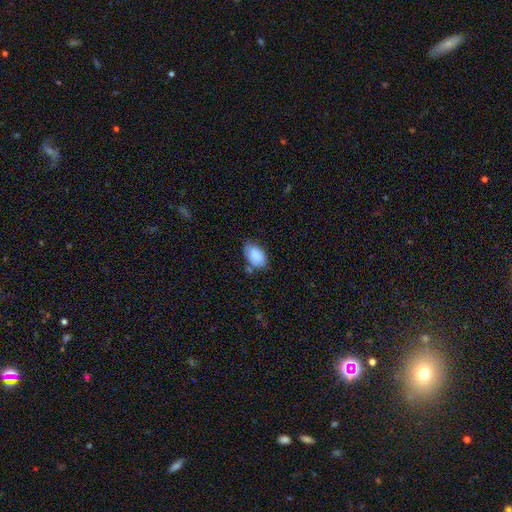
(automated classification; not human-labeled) Smooth or featured?
  - smooth: 87% *
  - star or artifact: 7%
  - featured or disk: 6%
How rounded?
  - in between: 92% *
  - round: 7%
  - cigar-shaped: 1%
Merging?
  - none: 63% *
  - minor disturbance: 25%
  - merger: 6%
  - major disturbance: 5%